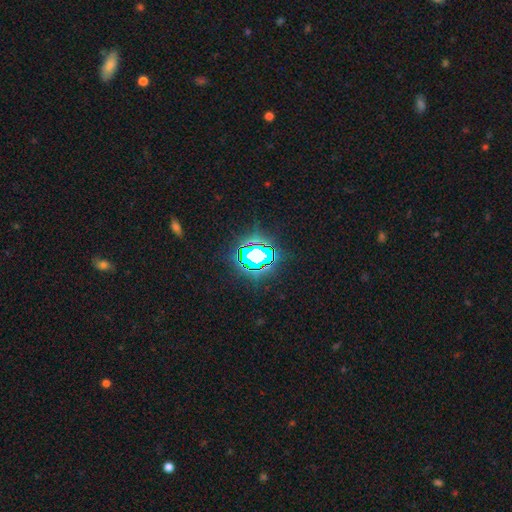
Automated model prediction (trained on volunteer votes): The model was most divided on "smooth or featured": star or artifact: 70%, smooth: 17%, featured or disk: 13%.